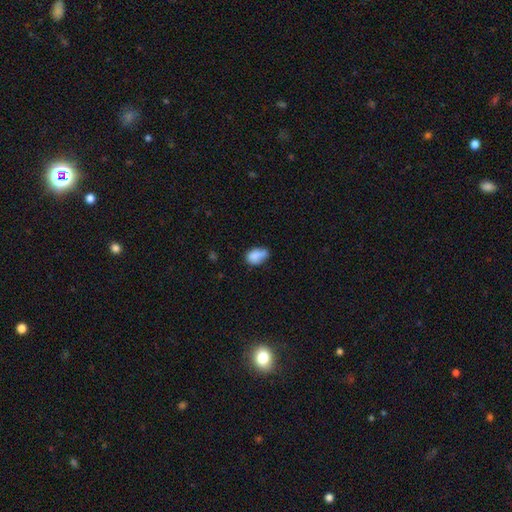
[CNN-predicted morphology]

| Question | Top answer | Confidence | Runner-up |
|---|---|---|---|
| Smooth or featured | smooth | 80% | featured or disk (11%) |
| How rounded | in between | 81% | round (18%) |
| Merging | none | 40% | minor disturbance (36%) |